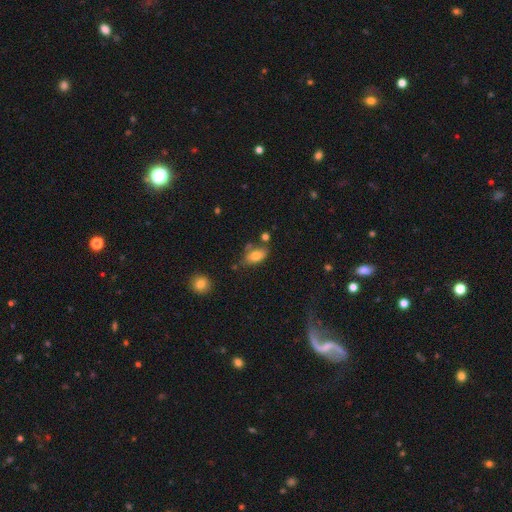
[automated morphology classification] smooth 76%, featured or disk 16%, star or artifact 8%. Down the decision tree: how rounded — in between (89%); merging — none (61%).